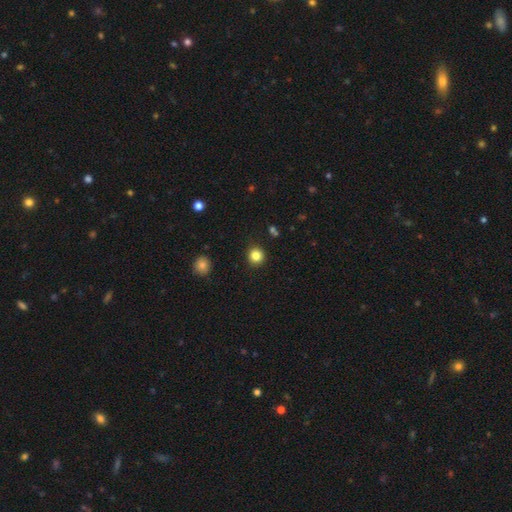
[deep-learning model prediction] A smooth galaxy with no disk features (84%) that is round (92%).

Vote fractions:
- Smooth or featured? smooth: 84% / star or artifact: 11% / featured or disk: 5%
- How rounded? round: 92% / in between: 7% / cigar-shaped: 1%
- Merging? none: 91% / minor disturbance: 6% / major disturbance: 2% / merger: 2%